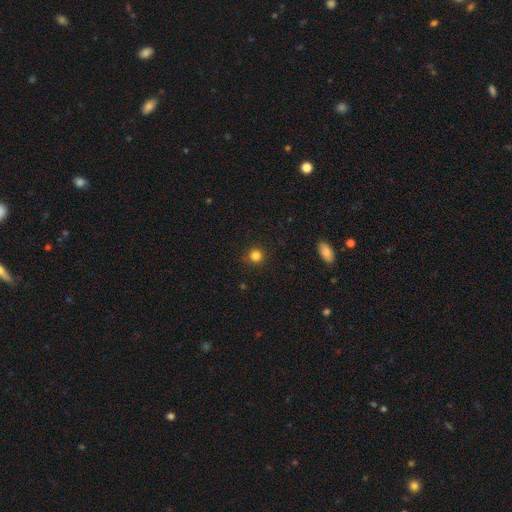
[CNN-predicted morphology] The model was most divided on "smooth or featured": smooth: 83%, star or artifact: 13%, featured or disk: 4%. More confident: how rounded — round (94%); merging — none (90%).